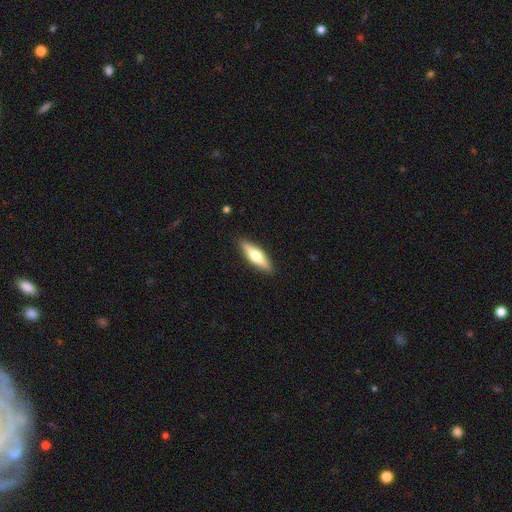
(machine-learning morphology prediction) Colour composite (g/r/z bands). It shows a smooth galaxy with no disk features (49%). Merging: none (89%).